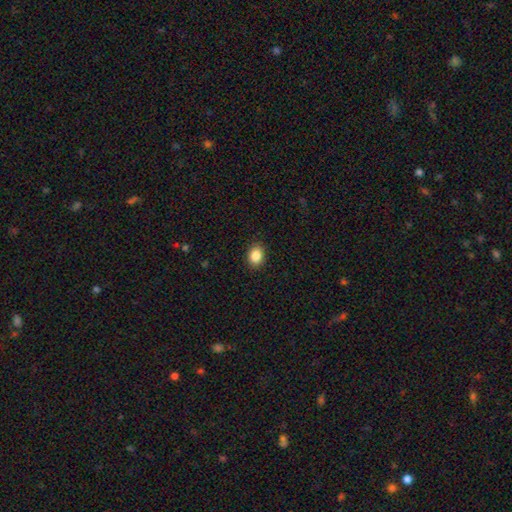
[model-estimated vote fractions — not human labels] smooth_or_featured: smooth (p=0.87) [alt: star or artifact p=0.09]
how_rounded: in between (p=0.64) [alt: round p=0.35]
merging: none (p=0.89) [alt: minor disturbance p=0.08]